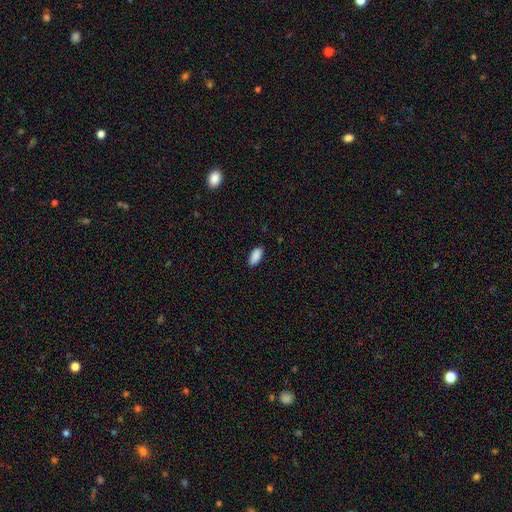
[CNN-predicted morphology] Smooth or featured? Predicted: smooth (p=0.90). How rounded? Predicted: in between (p=0.91). Merging? Predicted: none (p=0.88).